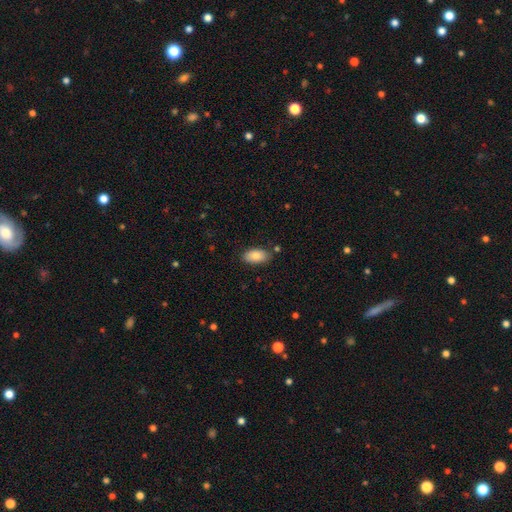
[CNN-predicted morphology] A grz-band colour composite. It shows a smooth galaxy with no disk features (86%) that is in between round and cigar-shaped (94%). Merging: none (81%).